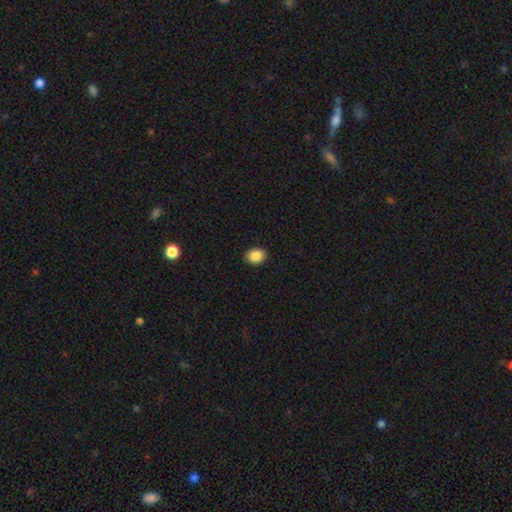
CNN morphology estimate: Smooth or featured? smooth (88%)
How rounded? in between (53%)
Merging? none (90%)